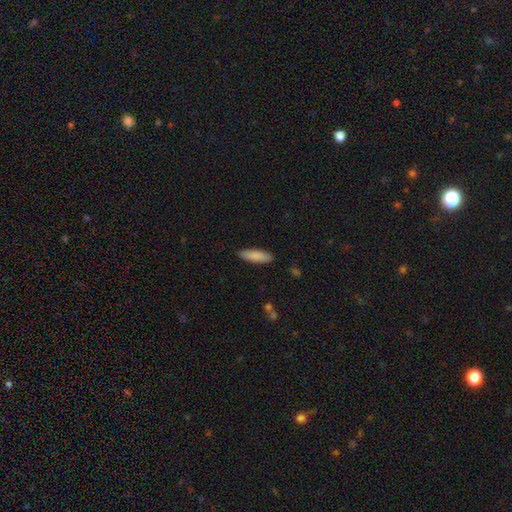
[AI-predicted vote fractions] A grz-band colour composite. It shows a smooth galaxy with no disk features (86%) that is cigar-shaped (55%). Merging: none (88%).